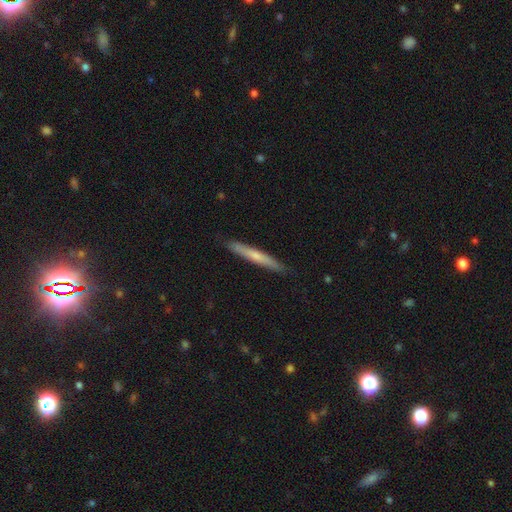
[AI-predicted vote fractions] smooth 55%, featured or disk 39%, star or artifact 5%. Down the decision tree: how rounded — cigar-shaped (96%); merging — none (89%).